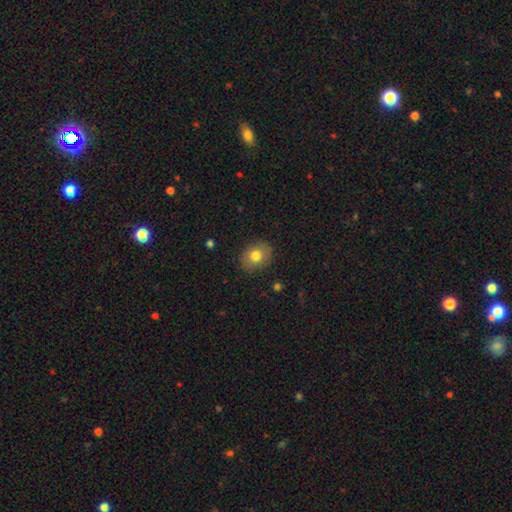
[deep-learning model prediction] This is likely a smooth galaxy (79%). How rounded: possibly in between (50%). Merging: clearly none (86%).